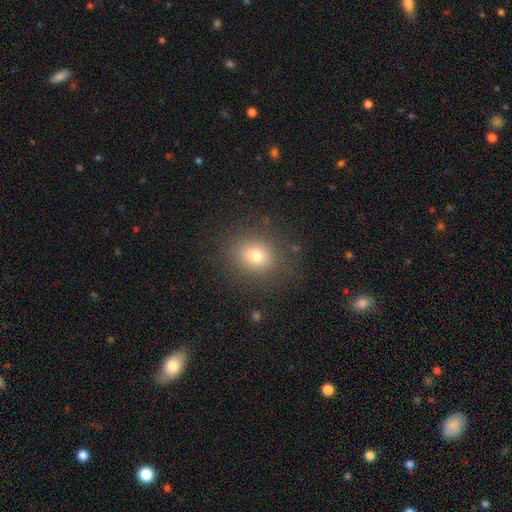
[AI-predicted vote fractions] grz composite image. It shows a smooth galaxy with no disk features (76%) that is round (66%). Merging: none (85%).